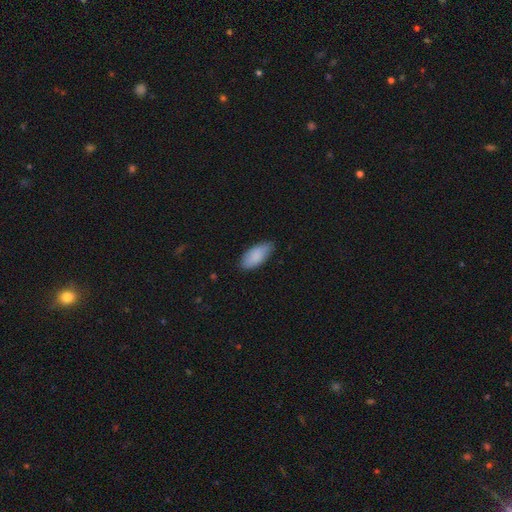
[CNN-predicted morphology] Overall: smooth (88%). How rounded: in between (89%). Merging: none (80%).